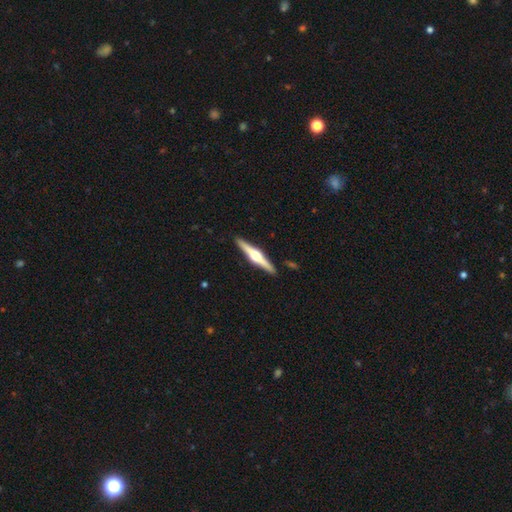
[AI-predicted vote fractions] Smooth or featured? Predicted: featured or disk (p=0.77). Edge-on disk? Predicted: yes (p=0.98). Edge-on bulge? Predicted: rounded (p=0.94). Merging? Predicted: none (p=0.92).